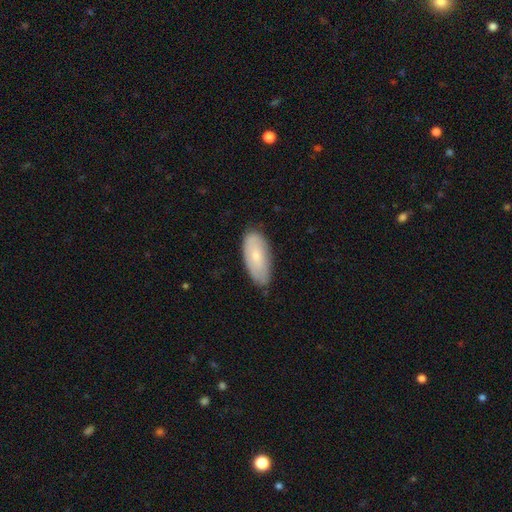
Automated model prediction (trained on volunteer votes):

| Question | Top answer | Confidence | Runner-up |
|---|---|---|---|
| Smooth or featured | smooth | 69% | featured or disk (25%) |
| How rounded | in between | 88% | cigar-shaped (9%) |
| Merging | none | 73% | minor disturbance (22%) |